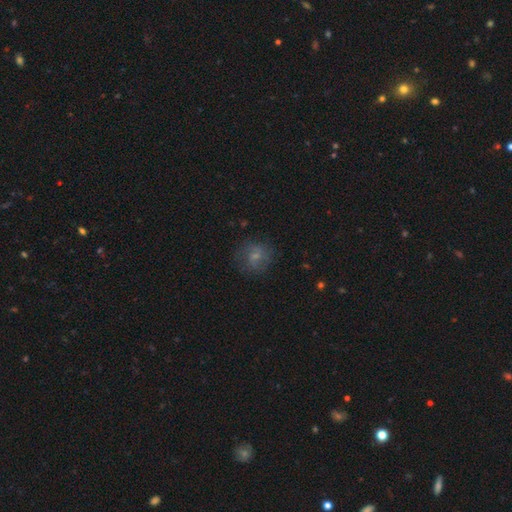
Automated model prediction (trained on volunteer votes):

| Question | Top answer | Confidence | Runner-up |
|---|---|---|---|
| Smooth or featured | smooth | 61% | featured or disk (26%) |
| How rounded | round | 79% | in between (20%) |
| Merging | none | 73% | minor disturbance (17%) |